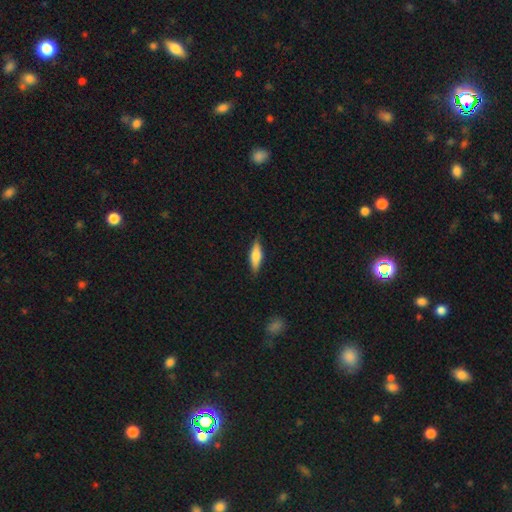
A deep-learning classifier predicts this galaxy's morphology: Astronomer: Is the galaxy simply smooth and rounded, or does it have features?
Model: smooth — 65%.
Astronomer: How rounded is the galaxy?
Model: cigar-shaped — 54% (runner-up: in between, 44%).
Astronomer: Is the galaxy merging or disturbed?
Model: none — 84%.